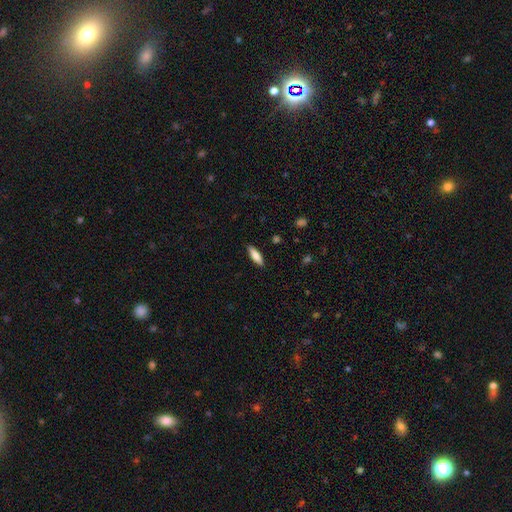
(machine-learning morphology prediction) A smooth galaxy with no disk features (81%) that is cigar-shaped (53%). Merging: none (89%).